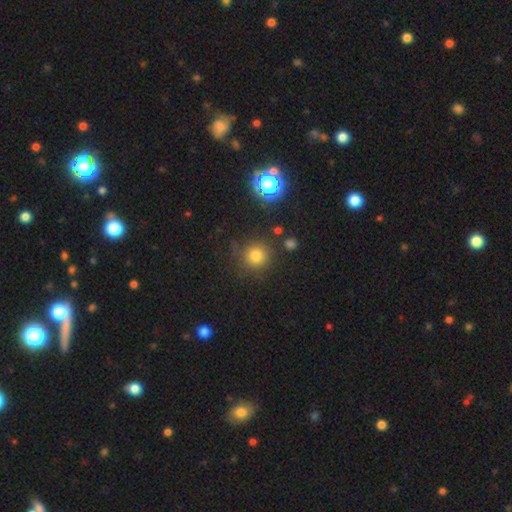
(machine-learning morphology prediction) Smooth or featured?
  - smooth: 77% *
  - star or artifact: 17%
  - featured or disk: 6%
How rounded?
  - round: 93% *
  - in between: 6%
  - cigar-shaped: 1%
Merging?
  - none: 83% *
  - minor disturbance: 10%
  - major disturbance: 4%
  - merger: 4%